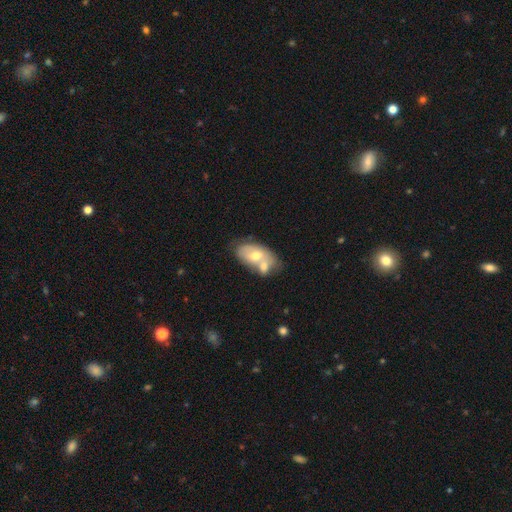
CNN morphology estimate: smooth-or-featured: smooth: 54% | featured or disk: 39% | star or artifact: 6%
  how-rounded: in between: 90% | round: 8% | cigar-shaped: 2%
  merging: merger: 56% | none: 27% | minor disturbance: 12% | major disturbance: 5%